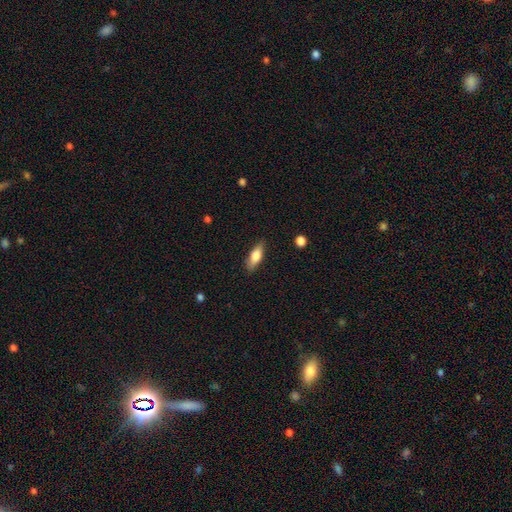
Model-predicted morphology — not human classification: Smooth or featured: smooth — 73% (featured or disk — 21%)
How rounded: in between — 65% (cigar-shaped — 33%)
Merging: none — 83% (minor disturbance — 13%)